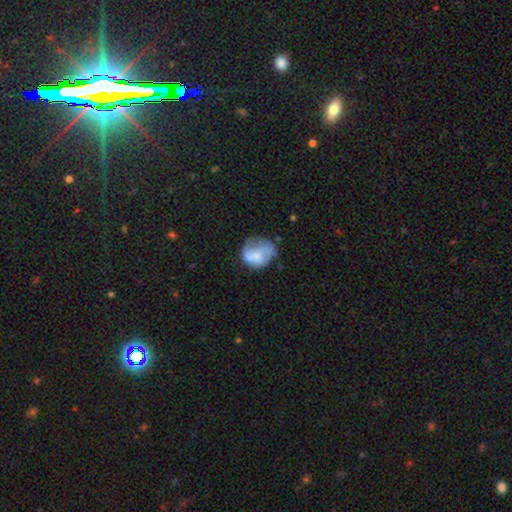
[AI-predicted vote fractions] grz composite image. It shows a smooth galaxy with no disk features (55%) that is round (66%). Merging: none (35%).